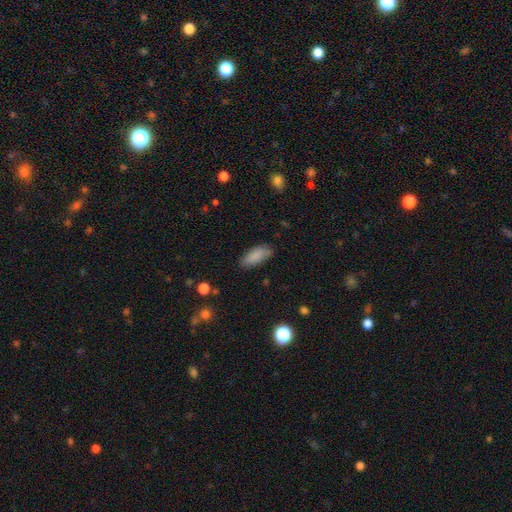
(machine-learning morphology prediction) Smooth or featured?
  - smooth: 86% *
  - featured or disk: 7%
  - star or artifact: 7%
How rounded?
  - in between: 83% *
  - cigar-shaped: 16%
  - round: 2%
Merging?
  - none: 80% *
  - minor disturbance: 16%
  - major disturbance: 3%
  - merger: 1%